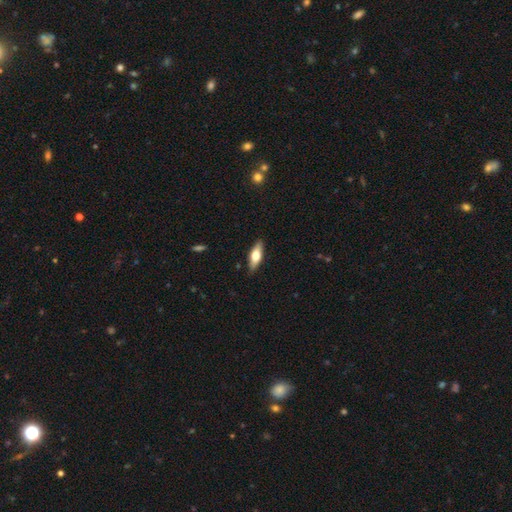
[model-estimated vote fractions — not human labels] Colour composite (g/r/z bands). It shows a smooth galaxy with no disk features (56%) that is in between round and cigar-shaped (57%). Merging: none (87%).